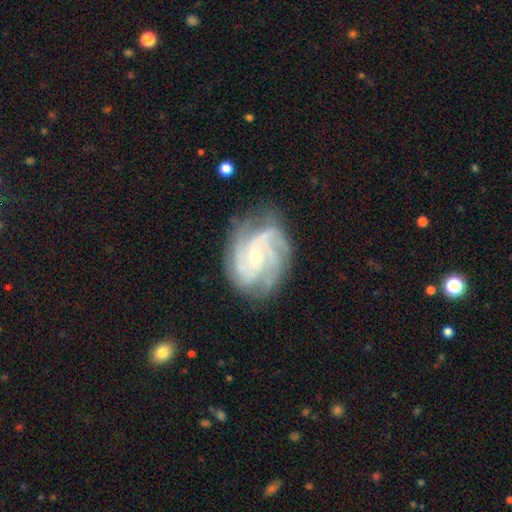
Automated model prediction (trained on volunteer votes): Smooth or featured?
  - featured or disk: 88% *
  - smooth: 6%
  - star or artifact: 6%
Edge-on disk?
  - no: 98% *
  - yes: 2%
Bar?
  - no: 66% *
  - weak: 28%
  - strong: 6%
Spiral arms?
  - yes: 98% *
  - no: 2%
Spiral winding?
  - tight: 56% *
  - medium: 37%
  - loose: 6%
Spiral arm count?
  - 4: 34% *
  - 3: 32%
  - can't tell: 14%
  - 2: 9%
  - more than 4: 7%
  - 1: 5%
Bulge size?
  - small: 68% *
  - moderate: 28%
  - none: 2%
  - large: 1%
  - dominant: 1%
Merging?
  - none: 76% *
  - minor disturbance: 17%
  - major disturbance: 6%
  - merger: 1%